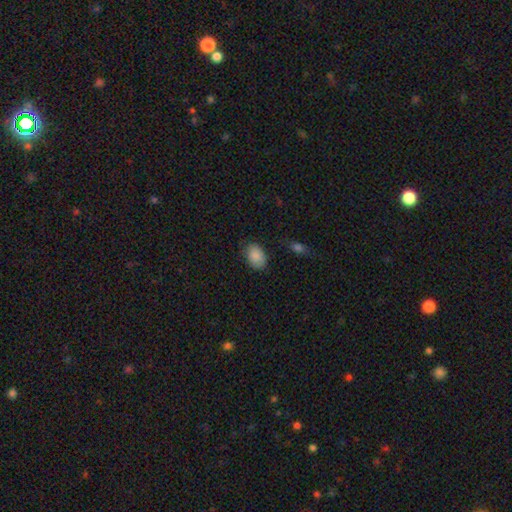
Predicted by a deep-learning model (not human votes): smooth_or_featured: smooth (p=0.88) [alt: star or artifact p=0.07]
how_rounded: in between (p=0.84) [alt: round p=0.15]
merging: none (p=0.76) [alt: minor disturbance p=0.19]